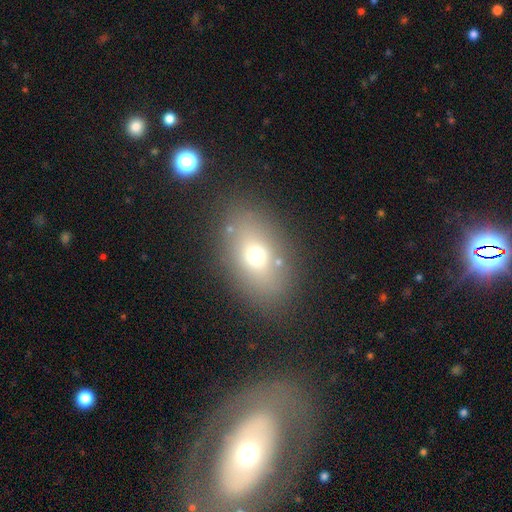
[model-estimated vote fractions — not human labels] Smooth or featured?
  - smooth: 68% *
  - featured or disk: 18%
  - star or artifact: 14%
How rounded?
  - in between: 80% *
  - round: 18%
  - cigar-shaped: 2%
Merging?
  - none: 79% *
  - minor disturbance: 11%
  - major disturbance: 5%
  - merger: 5%